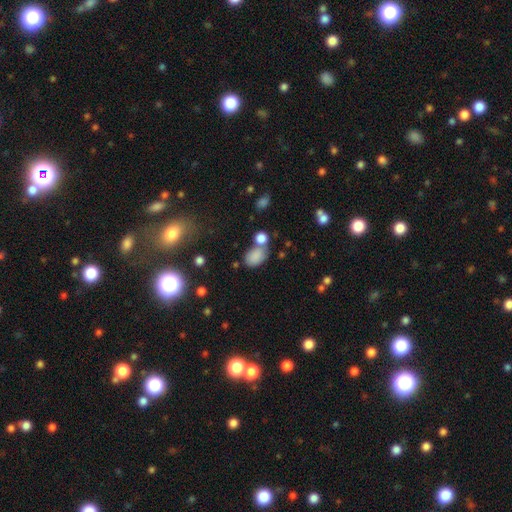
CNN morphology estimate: smooth_or_featured: smooth (p=0.81) [alt: star or artifact p=0.11]
how_rounded: in between (p=0.79) [alt: round p=0.20]
merging: none (p=0.48) [alt: merger p=0.28]